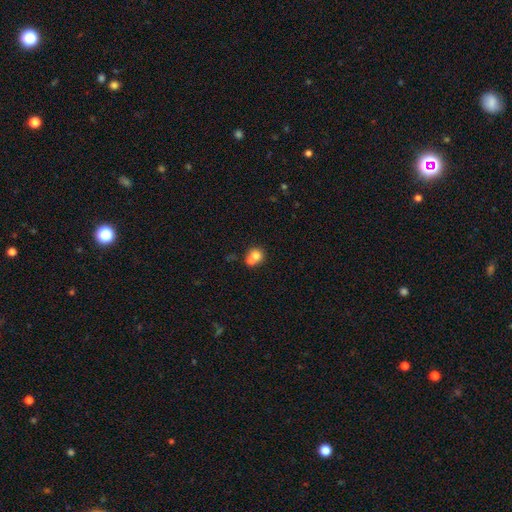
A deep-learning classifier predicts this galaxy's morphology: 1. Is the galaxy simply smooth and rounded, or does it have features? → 73% smooth, 16% featured or disk, 11% star or artifact.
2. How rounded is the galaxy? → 82% round, 17% in between, 1% cigar-shaped.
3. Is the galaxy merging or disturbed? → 54% merger, 37% none, 6% minor disturbance, 3% major disturbance.